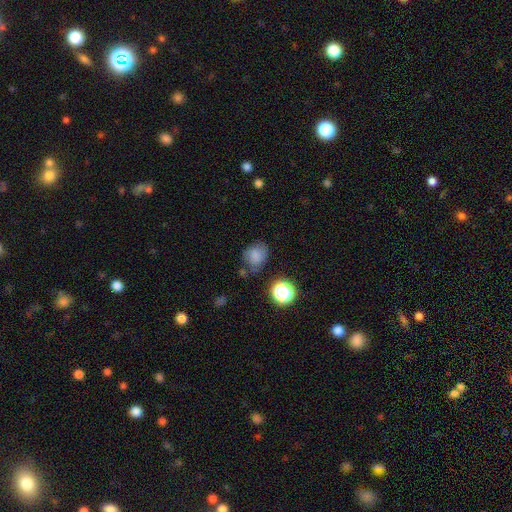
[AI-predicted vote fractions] This appears to be a smooth galaxy with no disk features (77%) that is round (61%). Merging: none (62%).